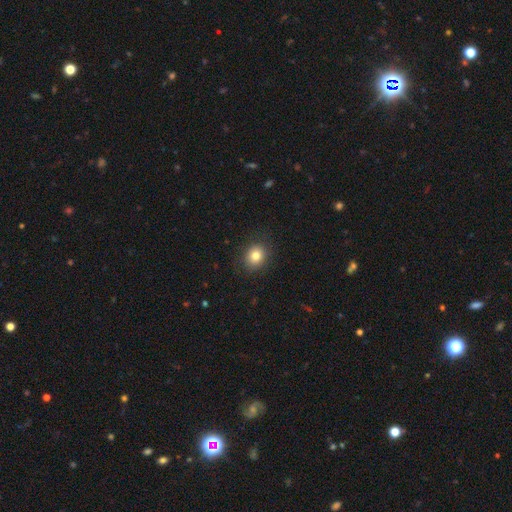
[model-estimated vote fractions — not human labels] smooth 81%, star or artifact 11%, featured or disk 8%. Down the decision tree: how rounded — round (70%); merging — none (88%).